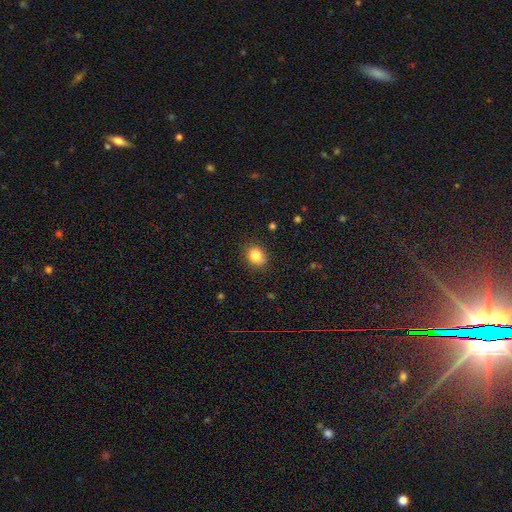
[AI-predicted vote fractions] Smooth or featured? smooth (84%)
How rounded? round (57%)
Merging? none (82%)